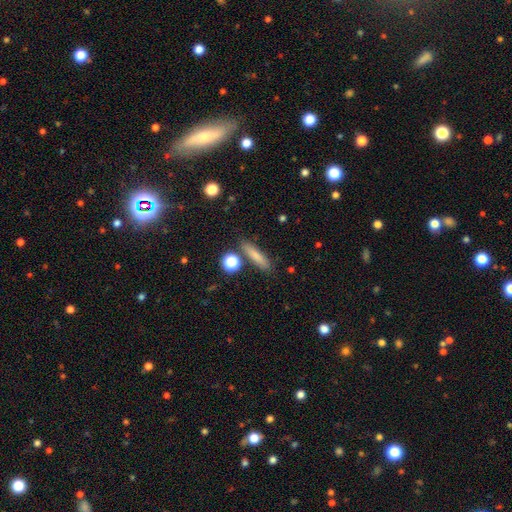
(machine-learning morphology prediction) Overall: smooth (77%). How rounded: cigar-shaped (78%). Merging: none (82%).